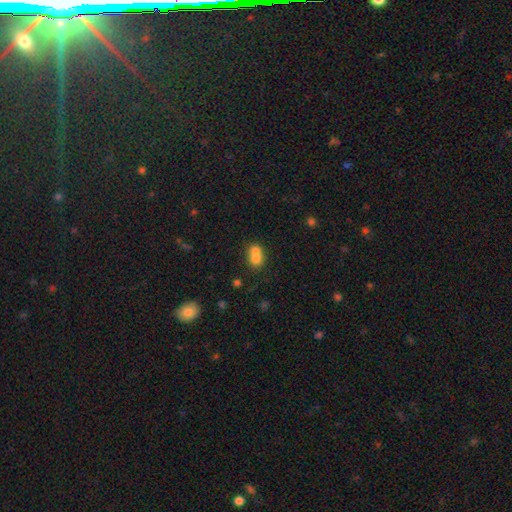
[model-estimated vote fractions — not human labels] A smooth galaxy with no disk features (71%) that is round (61%).

Vote fractions:
- Smooth or featured? smooth: 71% / featured or disk: 18% / star or artifact: 11%
- How rounded? round: 61% / in between: 38% / cigar-shaped: 1%
- Merging? merger: 68% / none: 24% / minor disturbance: 6% / major disturbance: 3%